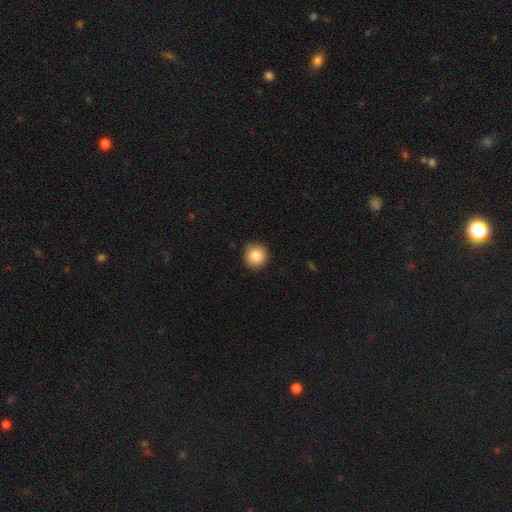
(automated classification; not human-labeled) This appears to be a smooth galaxy with no disk features (85%) that is round (94%). Merging: none (87%).